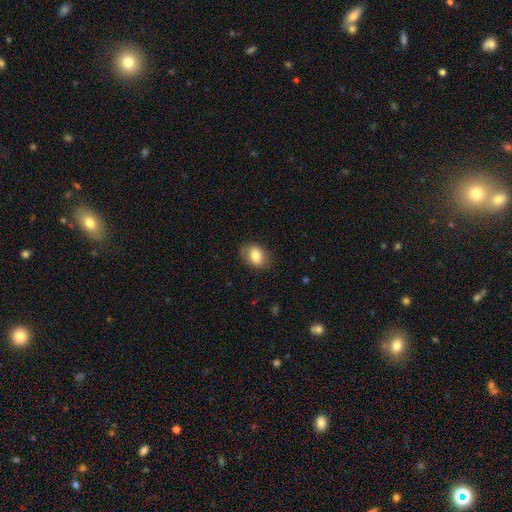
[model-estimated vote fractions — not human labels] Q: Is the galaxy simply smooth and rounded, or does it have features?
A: smooth — 81%.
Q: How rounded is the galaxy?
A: in between — 72%.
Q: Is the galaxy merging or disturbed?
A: none — 78%.